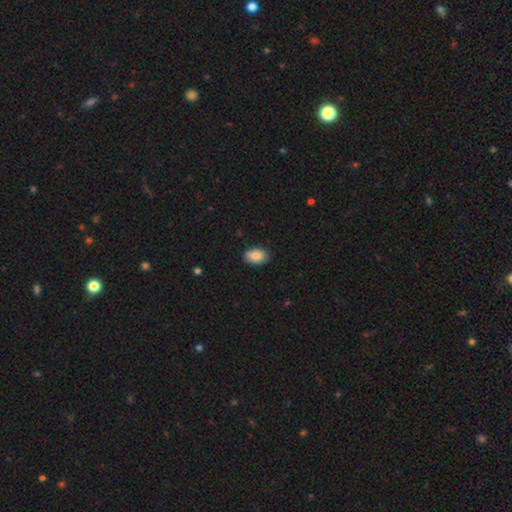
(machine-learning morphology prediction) The model was most divided on "merging": none: 87%, minor disturbance: 10%, major disturbance: 2%, merger: 1%. More confident: how rounded — in between (89%); smooth or featured — smooth (88%).